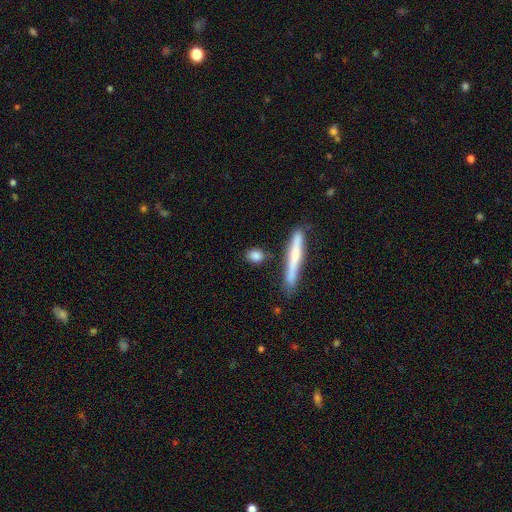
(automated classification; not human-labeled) This appears to be a smooth galaxy with no disk features (80%) that is in between round and cigar-shaped (41%). Merging: none (79%).